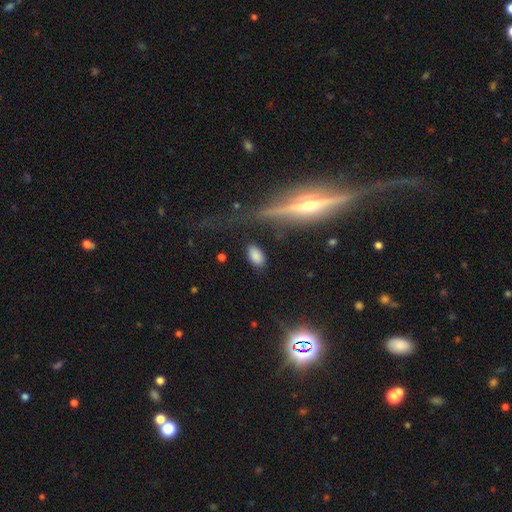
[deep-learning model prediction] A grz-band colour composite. It shows a smooth galaxy with no disk features (83%) that is in between round and cigar-shaped (93%). Merging: none (80%).